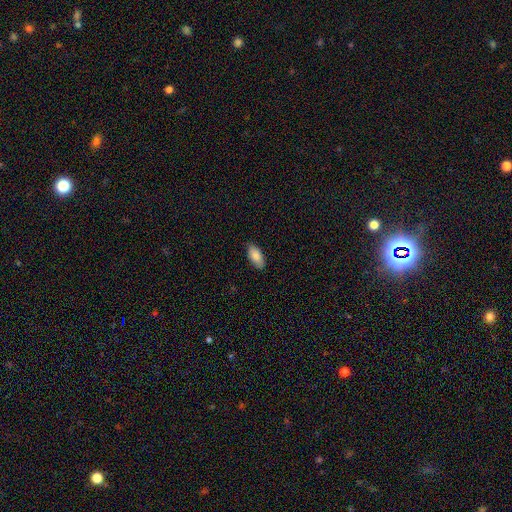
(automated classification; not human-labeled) smooth-or-featured: smooth: 84% | featured or disk: 9% | star or artifact: 6%
  how-rounded: in between: 91% | cigar-shaped: 6% | round: 2%
  merging: none: 87% | minor disturbance: 11% | major disturbance: 2% | merger: 1%